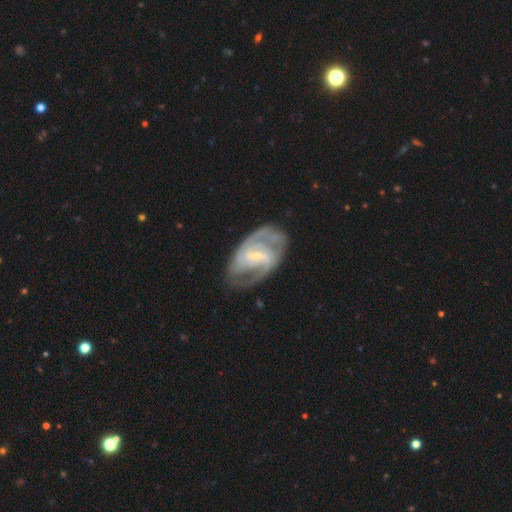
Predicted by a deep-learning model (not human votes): smooth-or-featured: featured or disk: 89% | smooth: 7% | star or artifact: 4%
  disk-edge-on: no: 97% | yes: 3%
    bar: weak: 50% | strong: 31% | no: 20%
    has-spiral-arms: yes: 97% | no: 3%
      spiral-winding: medium: 51% | tight: 35% | loose: 13%
      spiral-arm-count: 2: 64% | 3: 14% | can't tell: 12% | 4: 3% | 1: 3% | more than 4: 3%
    bulge-size: small: 71% | moderate: 24% | none: 3% | large: 1% | dominant: 1%
  merging: none: 71% | minor disturbance: 19% | major disturbance: 9% | merger: 2%